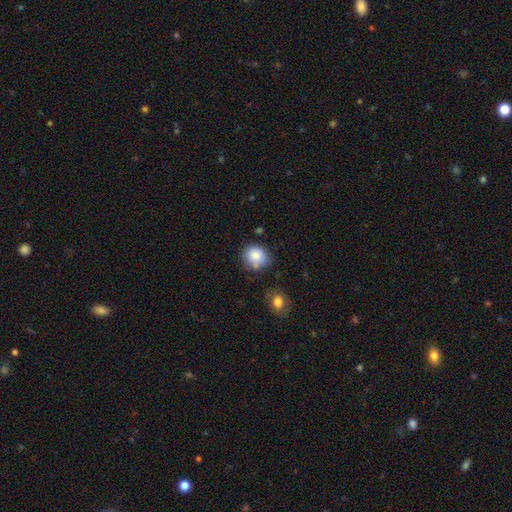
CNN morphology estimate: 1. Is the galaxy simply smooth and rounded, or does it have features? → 84% smooth, 9% star or artifact, 8% featured or disk.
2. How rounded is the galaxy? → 77% round, 22% in between, 1% cigar-shaped.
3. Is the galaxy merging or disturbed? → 68% none, 21% minor disturbance, 6% merger, 5% major disturbance.